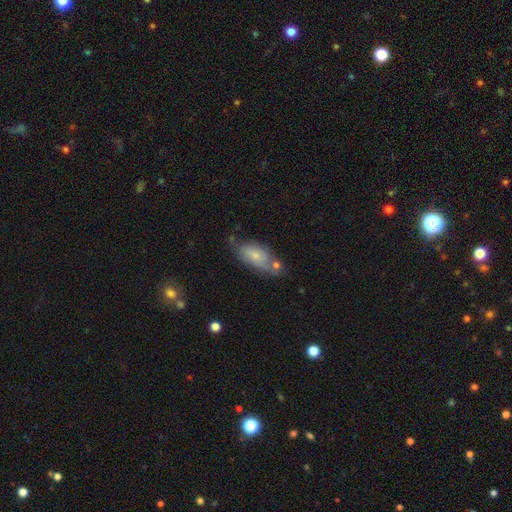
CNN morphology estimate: type=smooth (69%); roundness=in between (87%); merging=none (52%).